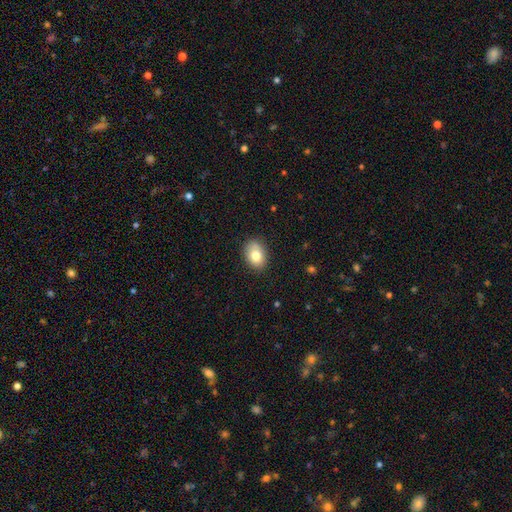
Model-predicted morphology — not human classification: The model was most divided on "how rounded": in between: 71%, round: 28%, cigar-shaped: 1%. More confident: merging — none (83%); smooth or featured — smooth (79%).